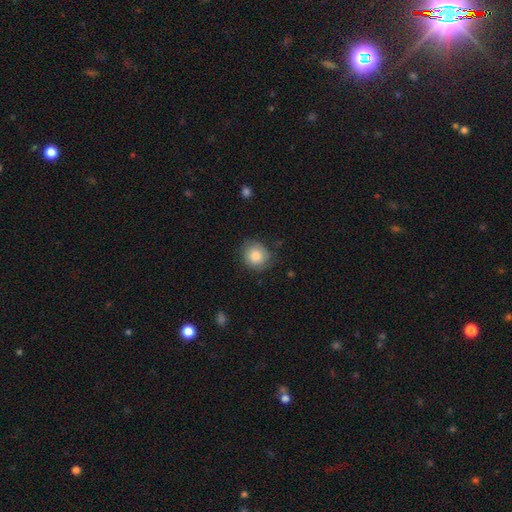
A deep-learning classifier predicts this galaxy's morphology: This appears to be a smooth galaxy with no disk features (82%) that is round (81%). Merging: none (76%).